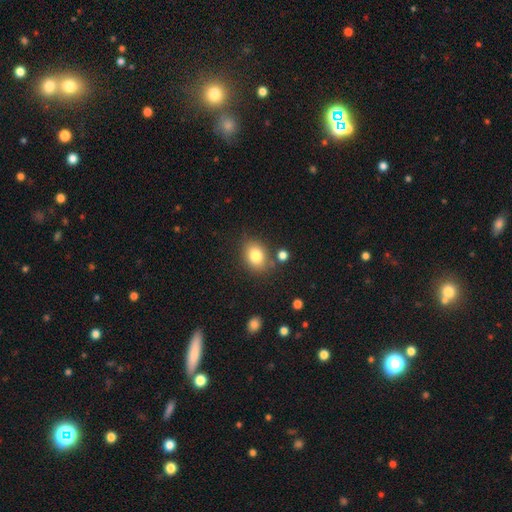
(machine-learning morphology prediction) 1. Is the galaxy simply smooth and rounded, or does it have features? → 82% smooth, 10% star or artifact, 9% featured or disk.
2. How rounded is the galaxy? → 61% in between, 38% round, 1% cigar-shaped.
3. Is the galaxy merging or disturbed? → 75% none, 14% minor disturbance, 7% merger, 4% major disturbance.